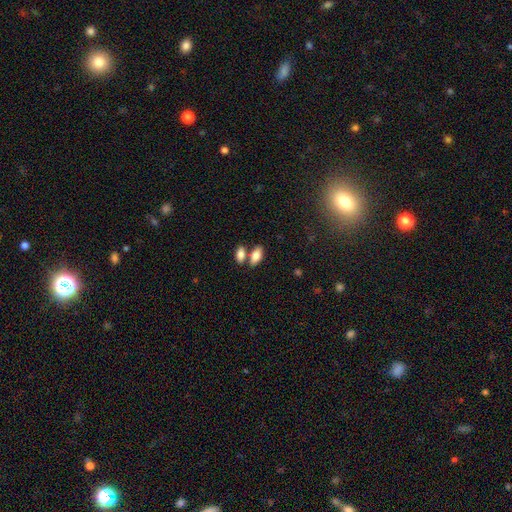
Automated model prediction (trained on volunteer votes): smooth 83%, featured or disk 10%, star or artifact 7%. Down the decision tree: how rounded — in between (90%); merging — none (53%).